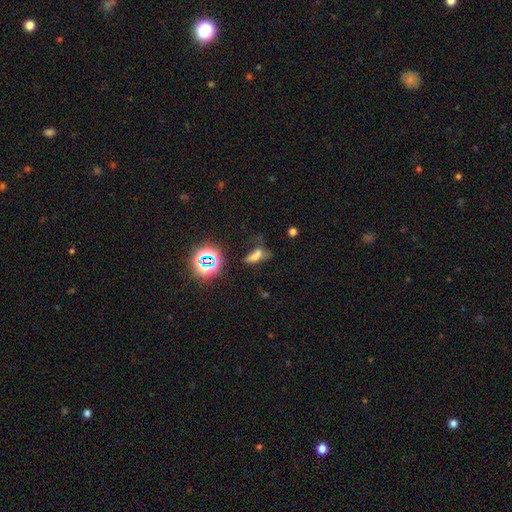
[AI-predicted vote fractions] smooth_or_featured: smooth (p=0.53) [alt: star or artifact p=0.30]
how_rounded: in between (p=0.64) [alt: cigar-shaped p=0.24]
merging: none (p=0.39) [alt: minor disturbance p=0.22]